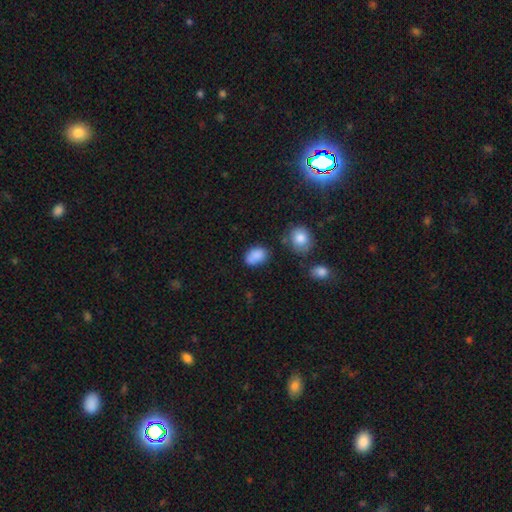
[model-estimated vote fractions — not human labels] Morphology: type=smooth (83%); roundness=in between (78%); merging=none (57%).